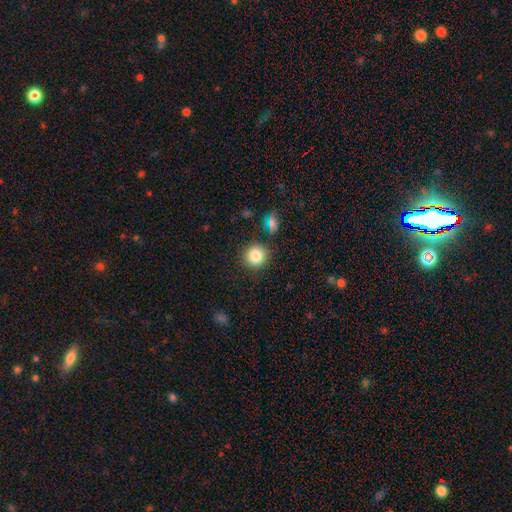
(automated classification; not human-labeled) Smooth or featured?
  - smooth: 83% *
  - star or artifact: 10%
  - featured or disk: 6%
How rounded?
  - round: 90% *
  - in between: 9%
  - cigar-shaped: 1%
Merging?
  - none: 86% *
  - minor disturbance: 7%
  - merger: 4%
  - major disturbance: 3%